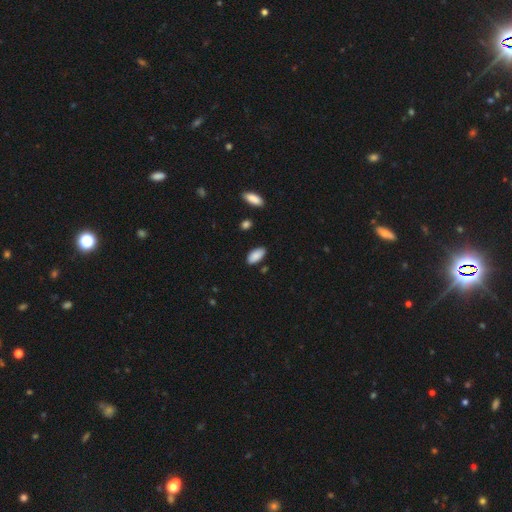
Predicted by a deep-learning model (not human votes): Smooth or featured? Predicted: smooth (p=0.89). How rounded? Predicted: in between (p=0.92). Merging? Predicted: none (p=0.85).